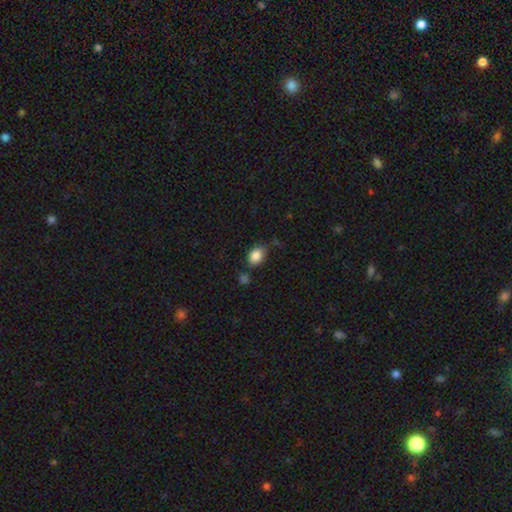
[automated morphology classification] A smooth galaxy with no disk features (86%) that is in between round and cigar-shaped (73%).

Vote fractions:
- Smooth or featured? smooth: 86% / star or artifact: 8% / featured or disk: 5%
- How rounded? in between: 73% / round: 26% / cigar-shaped: 1%
- Merging? none: 70% / minor disturbance: 17% / merger: 8% / major disturbance: 5%